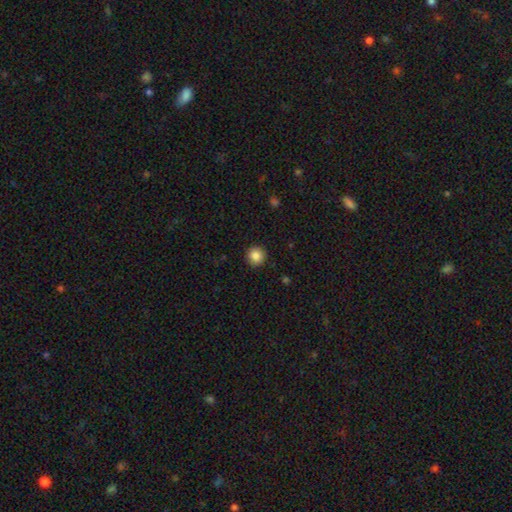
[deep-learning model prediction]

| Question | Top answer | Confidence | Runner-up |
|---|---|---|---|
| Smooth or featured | smooth | 86% | star or artifact (9%) |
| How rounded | round | 94% | in between (5%) |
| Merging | none | 92% | minor disturbance (6%) |